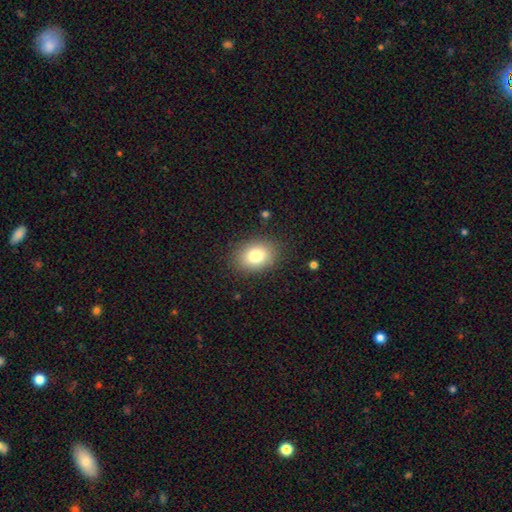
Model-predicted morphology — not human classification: Smooth or featured?
  - smooth: 81% *
  - star or artifact: 10%
  - featured or disk: 10%
How rounded?
  - in between: 67% *
  - round: 32%
  - cigar-shaped: 1%
Merging?
  - none: 86% *
  - minor disturbance: 9%
  - major disturbance: 3%
  - merger: 1%